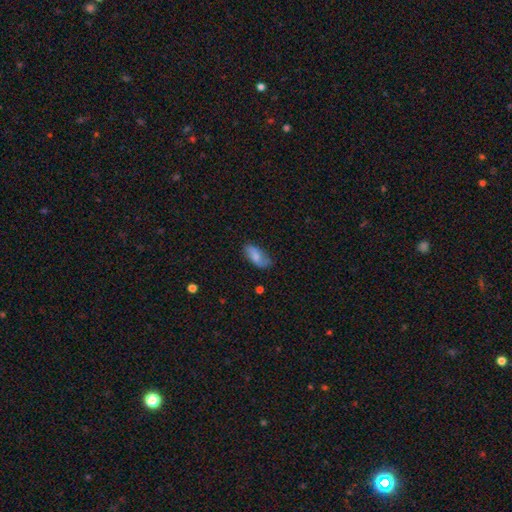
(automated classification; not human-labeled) smooth_or_featured: smooth (p=0.72) [alt: featured or disk p=0.21]
how_rounded: in between (p=0.89) [alt: cigar-shaped p=0.08]
merging: none (p=0.72) [alt: minor disturbance p=0.22]